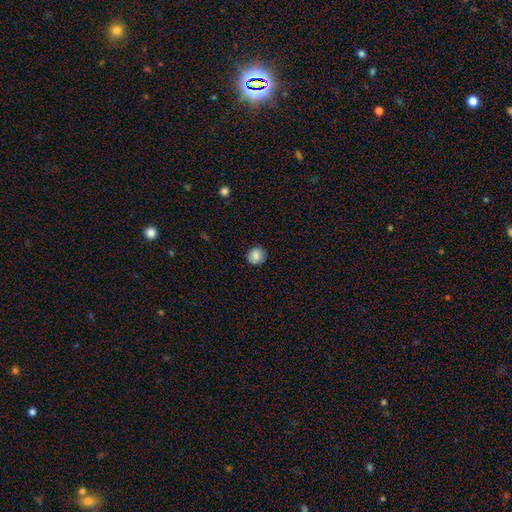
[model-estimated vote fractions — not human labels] This appears to be a smooth galaxy with no disk features (87%) that is round (89%). Merging: none (89%).